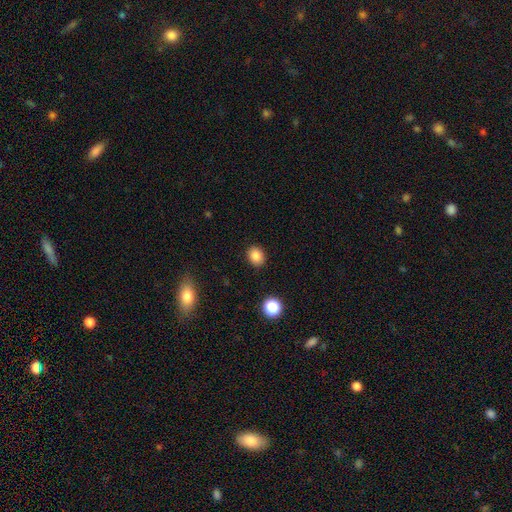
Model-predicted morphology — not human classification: This appears to be a smooth galaxy with no disk features (85%) that is round (51%). Merging: none (89%).